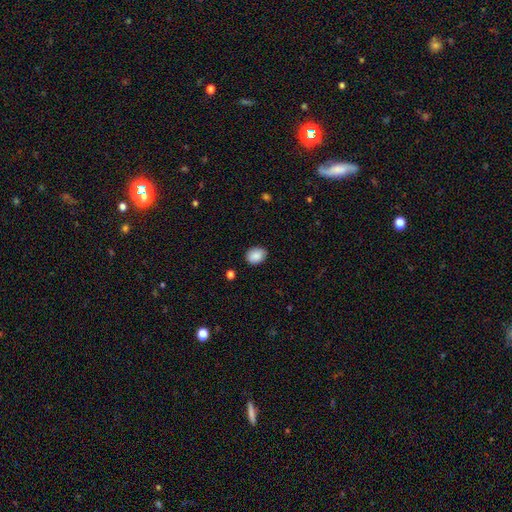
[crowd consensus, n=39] Q: Smooth or featured?
A: smooth (85%); runner-up: featured or disk (8%)
Q: How rounded?
A: in between (64%); runner-up: round (36%)
Q: Merging?
A: none (78%); runner-up: minor disturbance (17%)